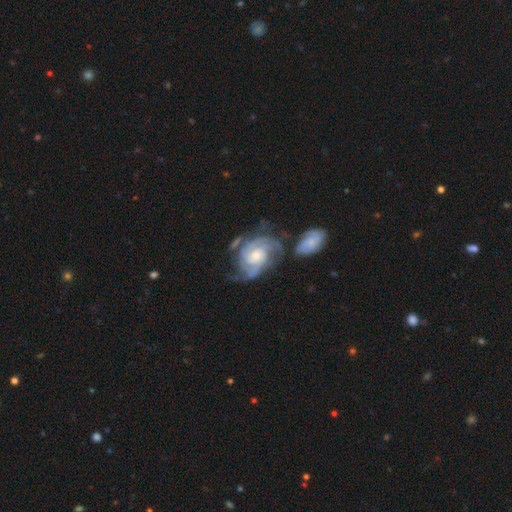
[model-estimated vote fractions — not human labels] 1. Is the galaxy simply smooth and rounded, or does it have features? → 88% featured or disk, 7% smooth, 5% star or artifact.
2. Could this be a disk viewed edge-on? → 97% no, 3% yes.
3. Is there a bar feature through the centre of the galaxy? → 68% no, 27% weak, 5% strong.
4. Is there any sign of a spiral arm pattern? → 97% yes, 3% no.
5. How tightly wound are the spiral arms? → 57% tight, 35% medium, 8% loose.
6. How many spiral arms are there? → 35% 2, 28% 3, 20% can't tell, 8% 4, 5% 1, 5% more than 4.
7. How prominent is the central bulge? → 49% moderate, 42% small, 6% large, 2% none, 1% dominant.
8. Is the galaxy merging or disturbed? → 45% none, 21% minor disturbance, 17% major disturbance, 17% merger.